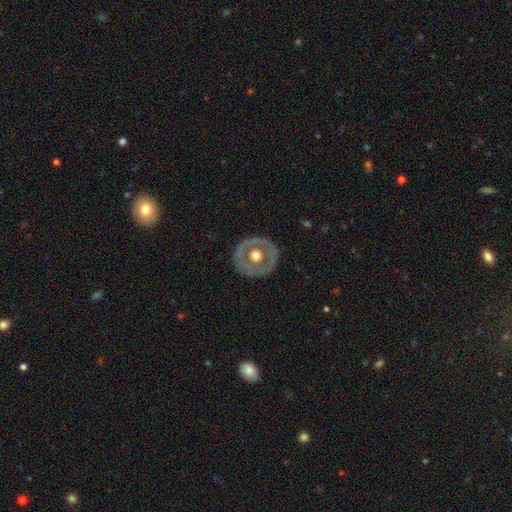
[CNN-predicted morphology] smooth_or_featured: featured or disk (p=0.57) [alt: smooth p=0.38]
disk_edge_on: no (p=0.94) [alt: yes p=0.06]
bar: no (p=0.92) [alt: weak p=0.06]
has_spiral_arms: no (p=0.92) [alt: yes p=0.08]
bulge_size: moderate (p=0.67) [alt: large p=0.26]
merging: none (p=0.83) [alt: minor disturbance p=0.12]